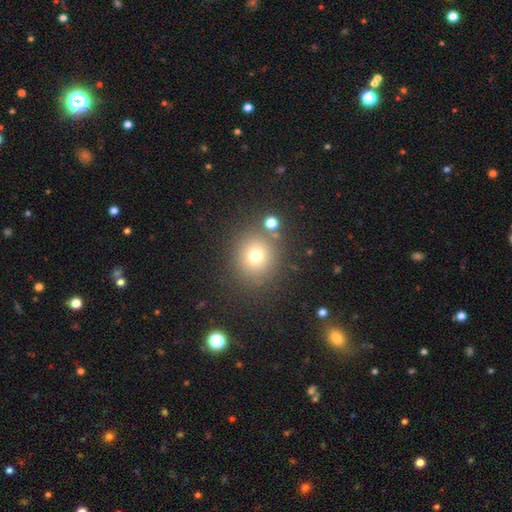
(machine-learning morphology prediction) Q: Smooth or featured?
A: smooth (72%); runner-up: star or artifact (17%)
Q: How rounded?
A: round (88%); runner-up: in between (11%)
Q: Merging?
A: none (81%); runner-up: minor disturbance (8%)